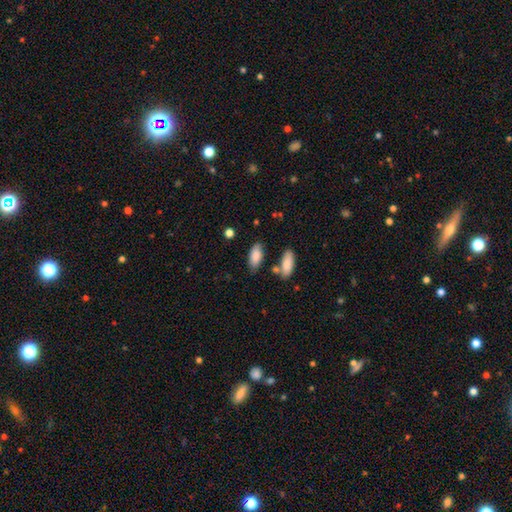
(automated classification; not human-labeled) smooth_or_featured: smooth (p=0.85) [alt: featured or disk p=0.08]
how_rounded: in between (p=0.89) [alt: cigar-shaped p=0.09]
merging: none (p=0.71) [alt: minor disturbance p=0.16]